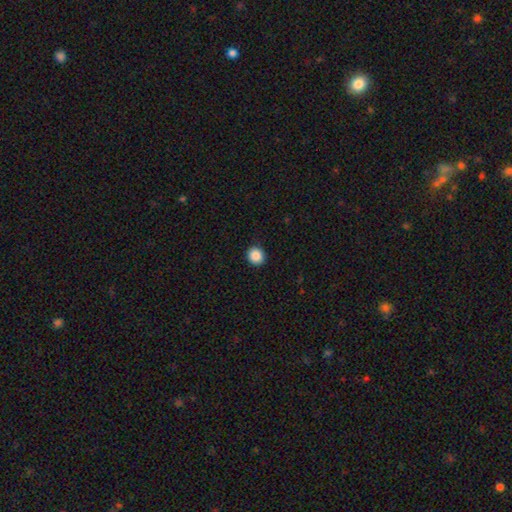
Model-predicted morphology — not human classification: This appears to be a smooth galaxy with no disk features (88%) that is round (87%). Merging: none (92%).